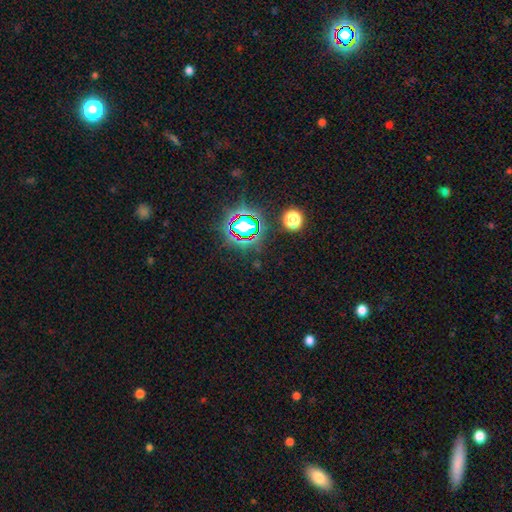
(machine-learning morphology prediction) type=star or artifact (78%).